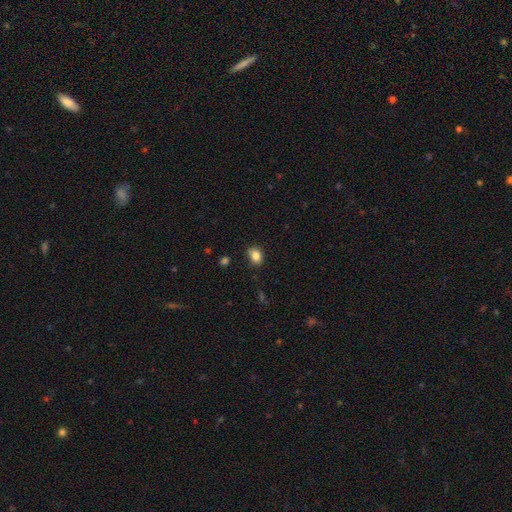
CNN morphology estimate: Smooth or featured?
  - smooth: 83% *
  - star or artifact: 10%
  - featured or disk: 6%
How rounded?
  - in between: 55% *
  - round: 44%
  - cigar-shaped: 1%
Merging?
  - none: 78% *
  - minor disturbance: 17%
  - major disturbance: 3%
  - merger: 2%